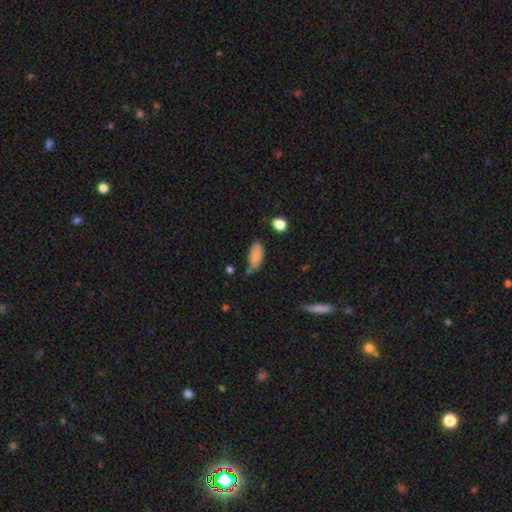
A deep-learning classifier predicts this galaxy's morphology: A smooth galaxy with no disk features (84%) that is in between round and cigar-shaped (87%).

Vote fractions:
- Smooth or featured? smooth: 84% / star or artifact: 8% / featured or disk: 7%
- How rounded? in between: 87% / cigar-shaped: 11% / round: 3%
- Merging? none: 55% / minor disturbance: 32% / major disturbance: 7% / merger: 6%